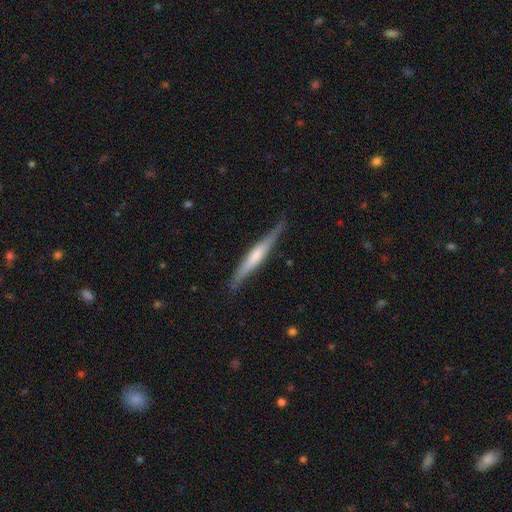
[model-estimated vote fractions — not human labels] The model was most divided on "edge-on bulge": rounded: 49%, none: 31%, boxy: 20%. More confident: edge-on disk — yes (96%); merging — none (86%); smooth or featured — featured or disk (59%).